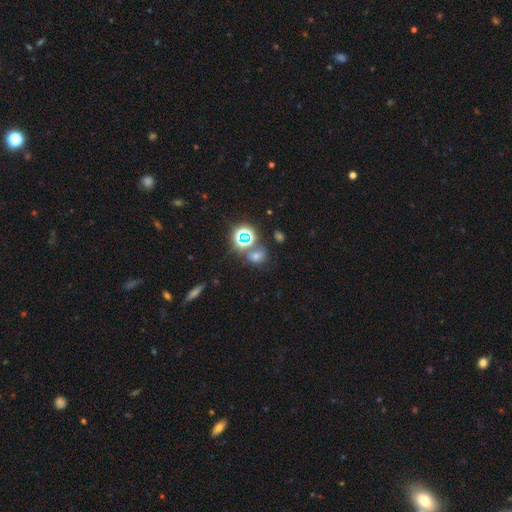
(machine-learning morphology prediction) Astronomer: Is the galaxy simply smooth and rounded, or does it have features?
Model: smooth — 46% (runner-up: star or artifact, 42%).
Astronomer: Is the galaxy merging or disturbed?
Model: none — 61%.